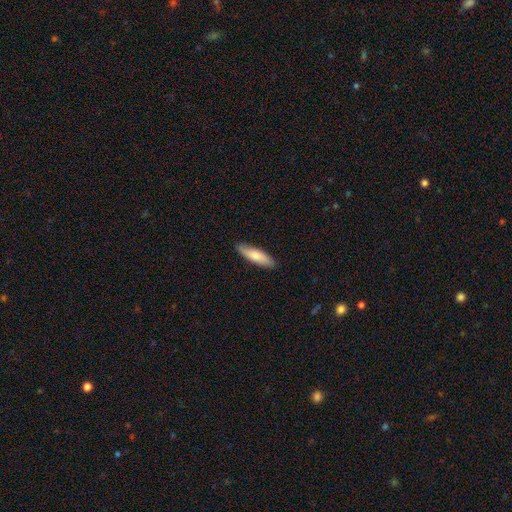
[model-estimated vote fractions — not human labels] Morphology: type=smooth (77%); roundness=cigar-shaped (62%); merging=none (87%).